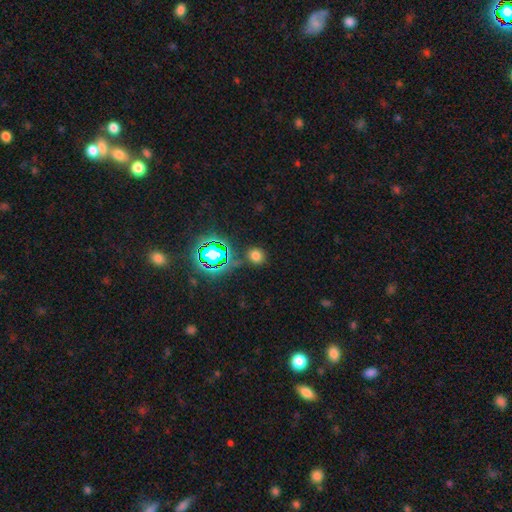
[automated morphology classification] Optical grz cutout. It shows a smooth galaxy with no disk features (67%) that is round (81%). Merging: none (83%).